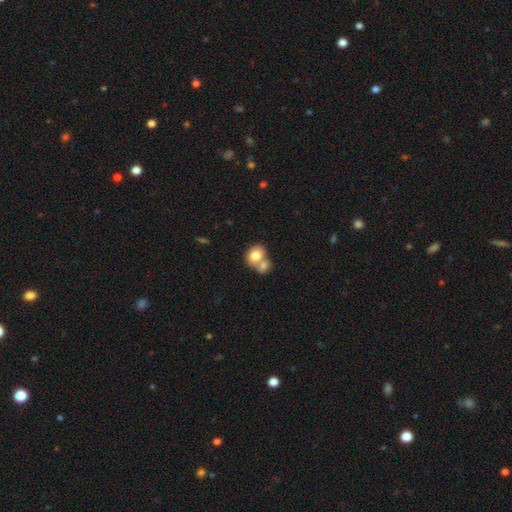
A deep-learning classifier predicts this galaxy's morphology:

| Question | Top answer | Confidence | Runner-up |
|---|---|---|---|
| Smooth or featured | smooth | 78% | featured or disk (14%) |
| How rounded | round | 57% | in between (42%) |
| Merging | merger | 61% | none (29%) |